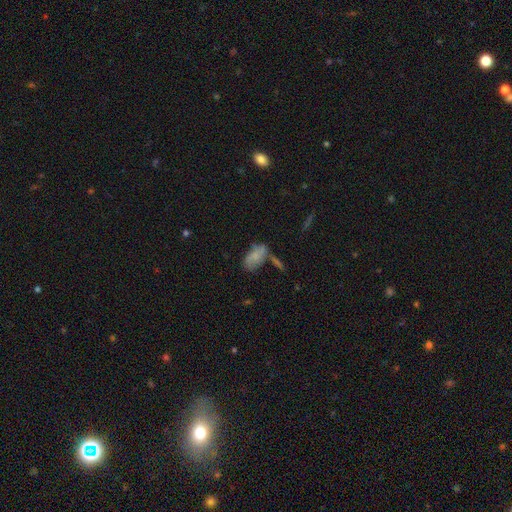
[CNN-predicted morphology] Smooth or featured?
  - smooth: 66% *
  - featured or disk: 24%
  - star or artifact: 10%
How rounded?
  - in between: 91% *
  - round: 5%
  - cigar-shaped: 4%
Merging?
  - none: 39% *
  - minor disturbance: 24%
  - merger: 22%
  - major disturbance: 14%